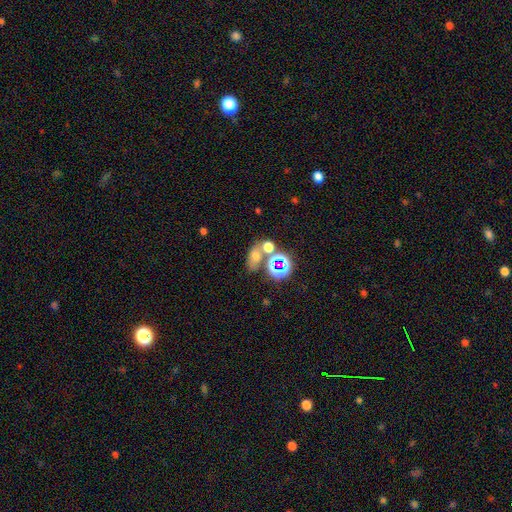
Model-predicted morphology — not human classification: Smooth or featured?
  - smooth: 51% *
  - star or artifact: 32%
  - featured or disk: 17%
How rounded?
  - in between: 63% *
  - round: 33%
  - cigar-shaped: 4%
Merging?
  - none: 51% *
  - merger: 32%
  - minor disturbance: 11%
  - major disturbance: 6%